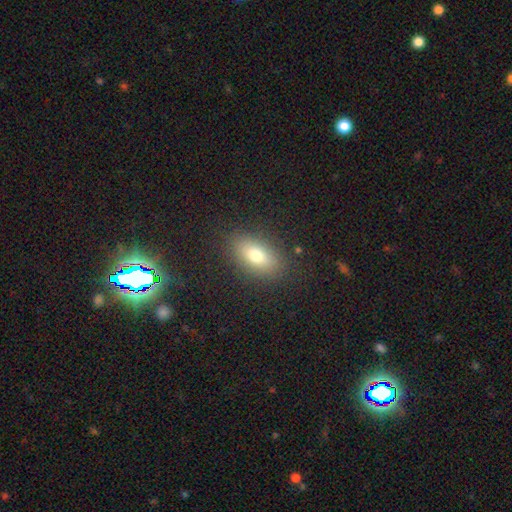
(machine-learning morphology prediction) Q: Smooth or featured?
A: smooth (73%); runner-up: featured or disk (16%)
Q: How rounded?
A: in between (84%); runner-up: round (11%)
Q: Merging?
A: none (86%); runner-up: minor disturbance (9%)